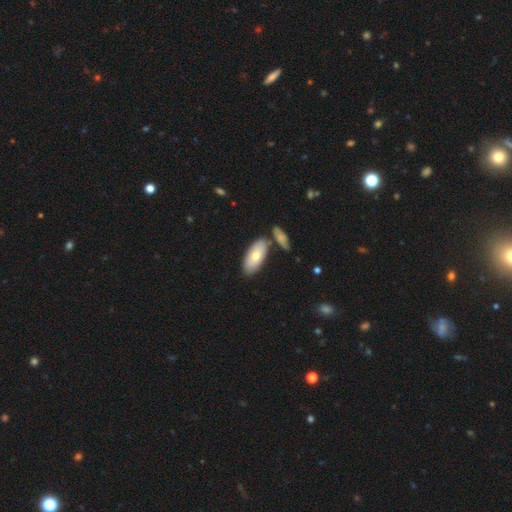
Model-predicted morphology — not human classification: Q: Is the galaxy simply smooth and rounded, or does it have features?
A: smooth — 70%.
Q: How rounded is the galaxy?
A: in between — 90%.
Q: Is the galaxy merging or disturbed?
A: none — 70%.